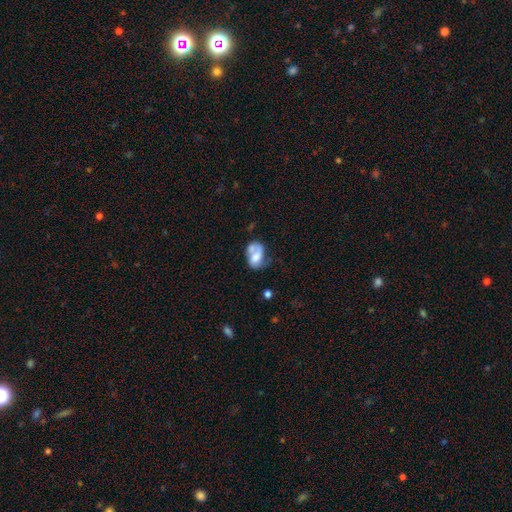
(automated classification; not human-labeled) Smooth or featured?
  - smooth: 50% *
  - featured or disk: 42%
  - star or artifact: 9%
Merging?
  - merger: 36% *
  - none: 25%
  - minor disturbance: 20%
  - major disturbance: 19%